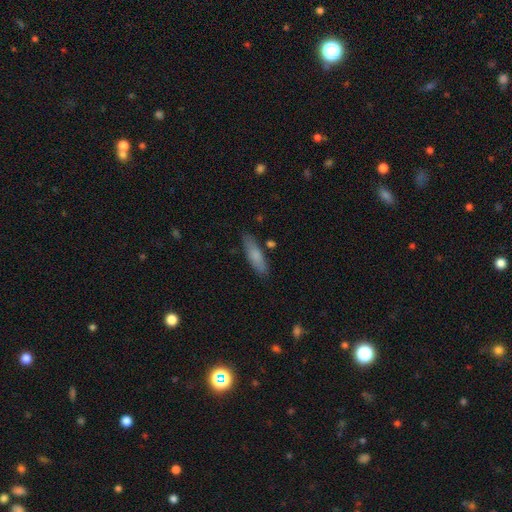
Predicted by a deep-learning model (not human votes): Smooth or featured?
  - smooth: 78% *
  - featured or disk: 15%
  - star or artifact: 6%
How rounded?
  - cigar-shaped: 63% *
  - in between: 35%
  - round: 2%
Merging?
  - none: 81% *
  - minor disturbance: 13%
  - merger: 3%
  - major disturbance: 3%